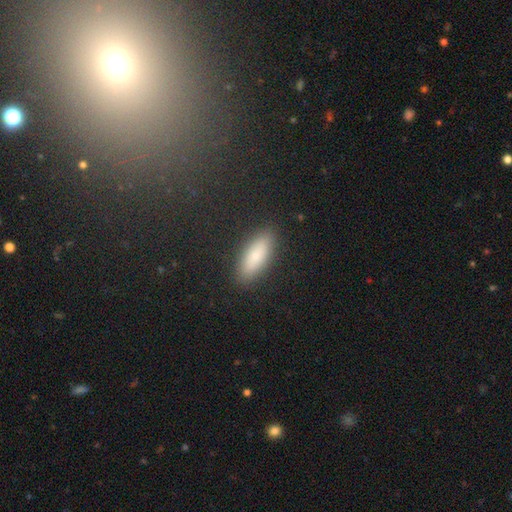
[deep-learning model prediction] A smooth galaxy with no disk features (82%) that is in between round and cigar-shaped (69%).

Vote fractions:
- Smooth or featured? smooth: 82% / featured or disk: 11% / star or artifact: 7%
- How rounded? in between: 69% / cigar-shaped: 29% / round: 2%
- Merging? none: 89% / minor disturbance: 8% / major disturbance: 2% / merger: 1%